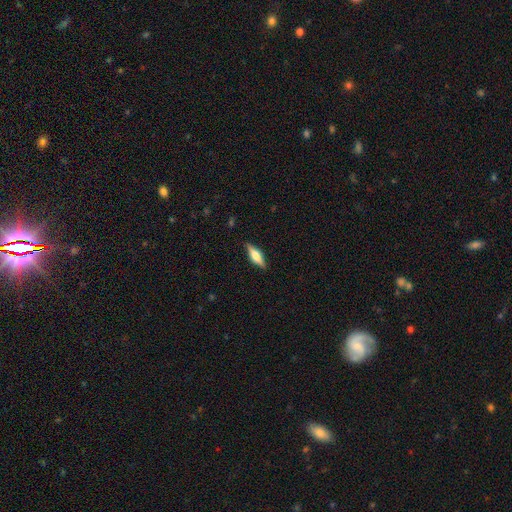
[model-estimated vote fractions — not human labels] This is possibly a featured or disk galaxy (48%). Merging: clearly none (87%).